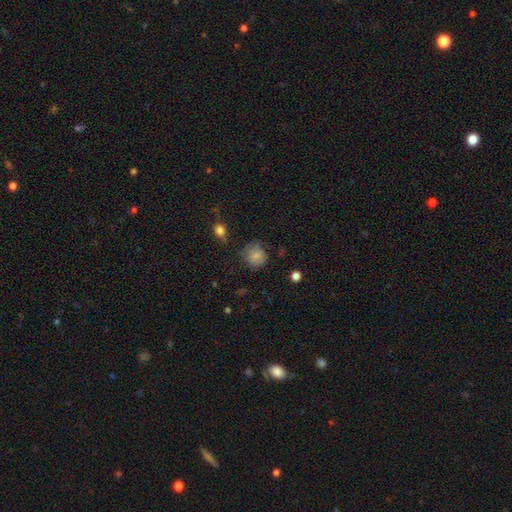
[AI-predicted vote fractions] Morphology: type=smooth (78%); roundness=round (83%); merging=none (62%).